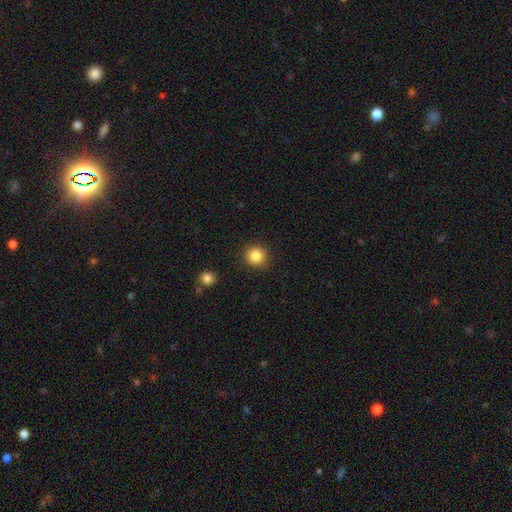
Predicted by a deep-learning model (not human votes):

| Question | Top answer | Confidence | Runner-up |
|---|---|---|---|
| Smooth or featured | smooth | 85% | star or artifact (10%) |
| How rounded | round | 91% | in between (8%) |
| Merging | none | 90% | minor disturbance (6%) |